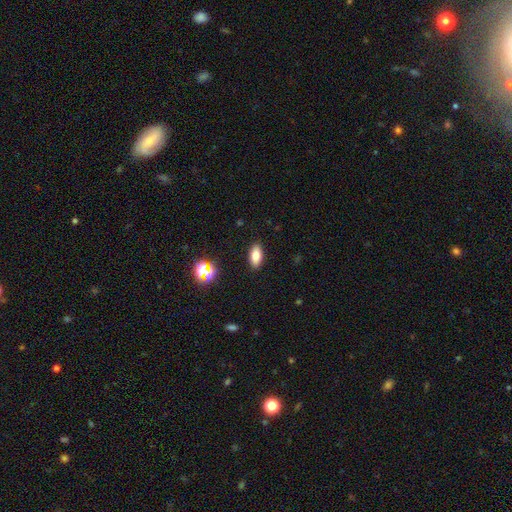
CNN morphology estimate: The model was most divided on "smooth or featured": smooth: 76%, featured or disk: 12%, star or artifact: 12%. More confident: merging — none (89%); how rounded — in between (86%).